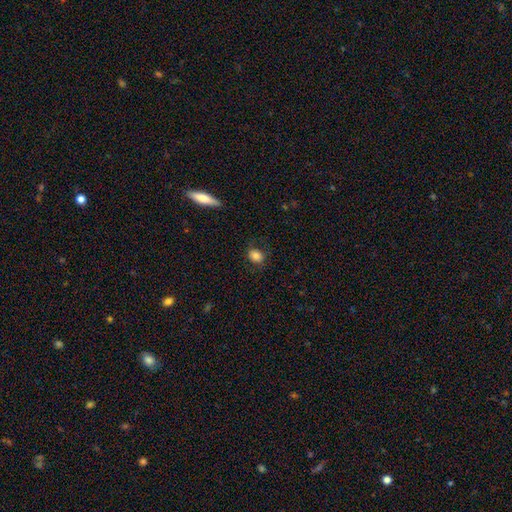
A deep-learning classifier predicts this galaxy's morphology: The model was most divided on "how rounded": in between: 55%, round: 44%, cigar-shaped: 1%. More confident: smooth or featured — smooth (83%); merging — none (79%).